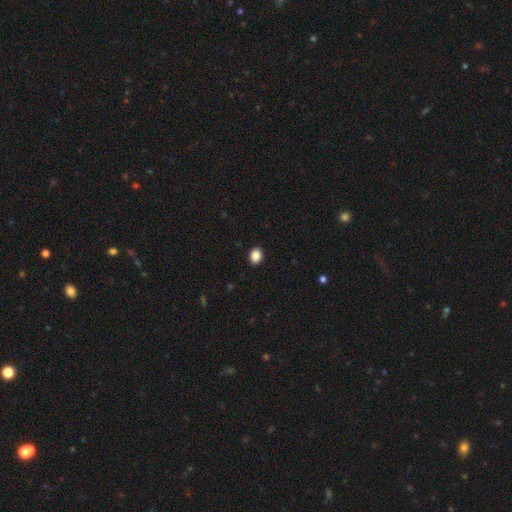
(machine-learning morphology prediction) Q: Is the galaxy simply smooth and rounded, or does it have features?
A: smooth — 87%.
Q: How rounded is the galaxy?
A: round — 52%.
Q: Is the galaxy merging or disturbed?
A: none — 92%.